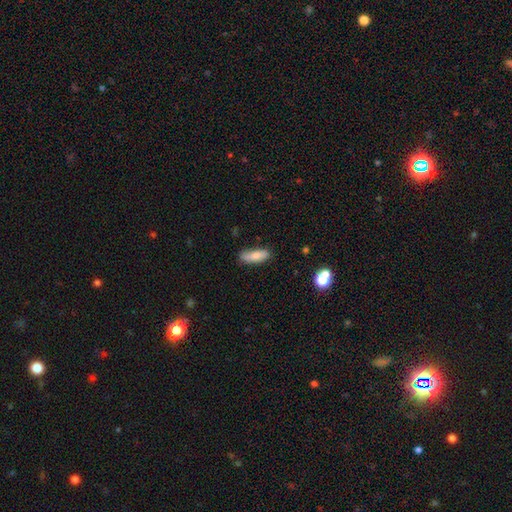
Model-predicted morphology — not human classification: Q: Smooth or featured?
A: smooth (75%); runner-up: featured or disk (18%)
Q: How rounded?
A: in between (57%); runner-up: cigar-shaped (40%)
Q: Merging?
A: none (73%); runner-up: minor disturbance (21%)